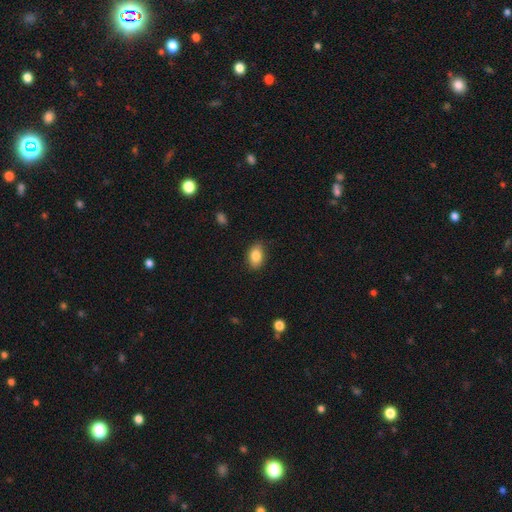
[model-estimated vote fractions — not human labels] Smooth or featured?
  - smooth: 85% *
  - star or artifact: 8%
  - featured or disk: 8%
How rounded?
  - in between: 87% *
  - round: 11%
  - cigar-shaped: 2%
Merging?
  - none: 83% *
  - minor disturbance: 14%
  - major disturbance: 3%
  - merger: 1%